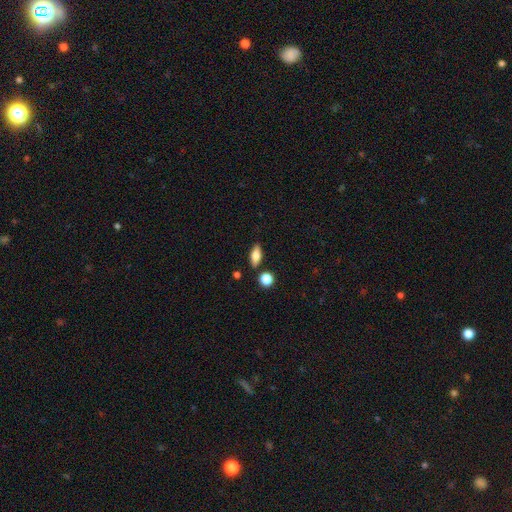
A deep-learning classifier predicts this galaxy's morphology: smooth 71%, featured or disk 21%, star or artifact 8%. Down the decision tree: how rounded — in between (75%); merging — none (83%).